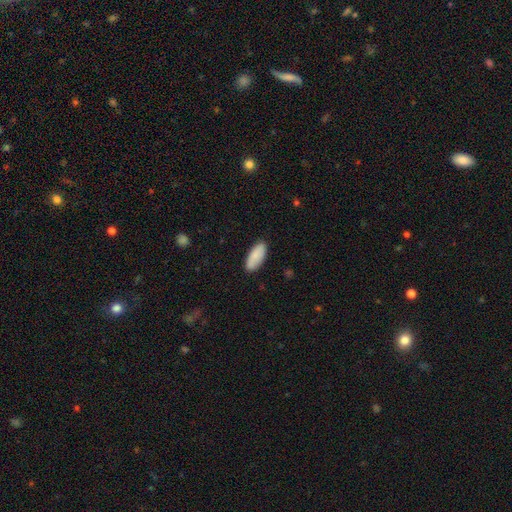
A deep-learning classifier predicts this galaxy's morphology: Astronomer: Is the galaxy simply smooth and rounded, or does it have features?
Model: smooth — 86%.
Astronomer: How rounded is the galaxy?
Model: in between — 85%.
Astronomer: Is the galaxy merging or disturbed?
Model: none — 86%.